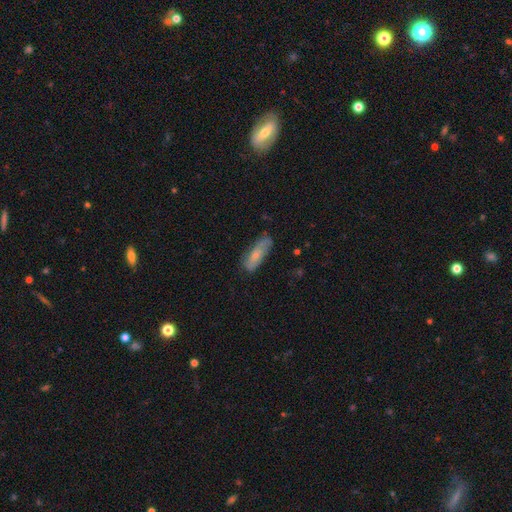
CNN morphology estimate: Smooth or featured? Predicted: smooth (p=0.65). How rounded? Predicted: in between (p=0.64). Merging? Predicted: none (p=0.63).